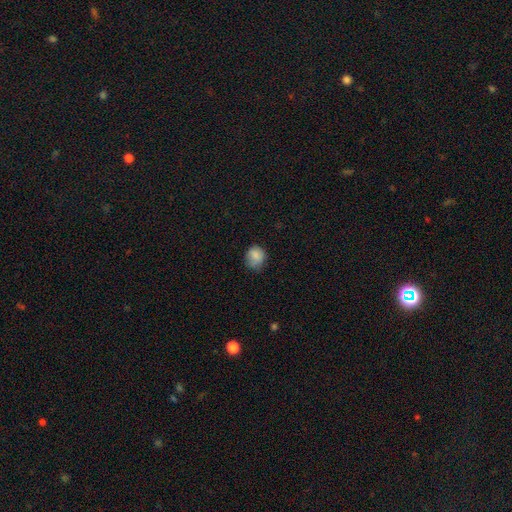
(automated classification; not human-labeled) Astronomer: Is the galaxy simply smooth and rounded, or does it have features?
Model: smooth — 85%.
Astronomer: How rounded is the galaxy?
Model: round — 75%.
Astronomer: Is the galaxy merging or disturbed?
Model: none — 65%.